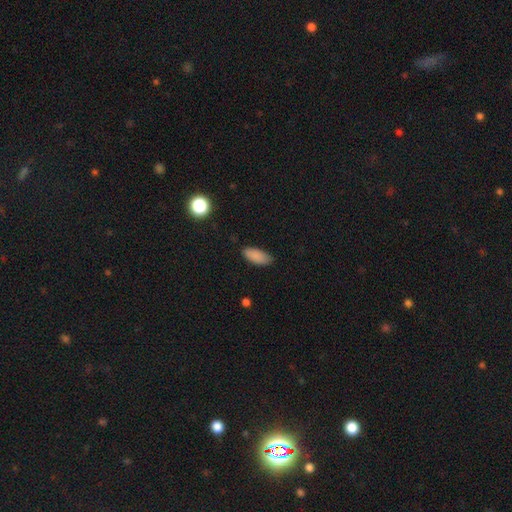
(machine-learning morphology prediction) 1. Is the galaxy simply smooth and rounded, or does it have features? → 88% smooth, 8% star or artifact, 4% featured or disk.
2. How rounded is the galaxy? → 83% in between, 15% cigar-shaped, 2% round.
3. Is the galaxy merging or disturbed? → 83% none, 14% minor disturbance, 2% major disturbance, 1% merger.